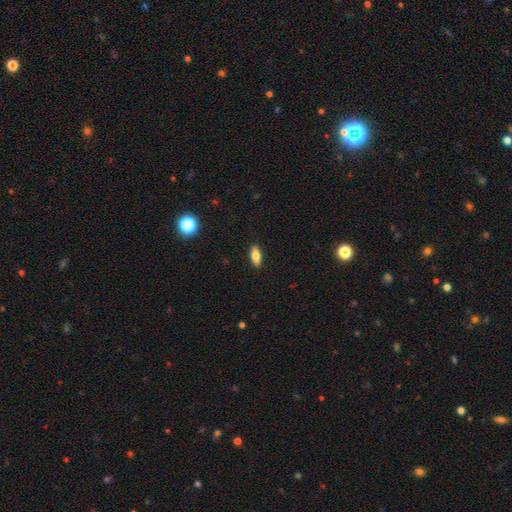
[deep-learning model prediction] A smooth galaxy with no disk features (75%) that is in between round and cigar-shaped (75%). Merging: none (90%).